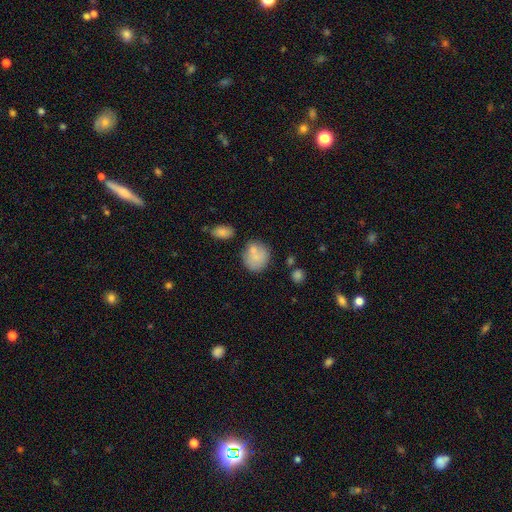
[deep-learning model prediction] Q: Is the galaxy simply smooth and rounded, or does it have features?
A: smooth — 77%.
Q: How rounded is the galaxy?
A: round — 77%.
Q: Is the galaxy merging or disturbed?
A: none — 58%.